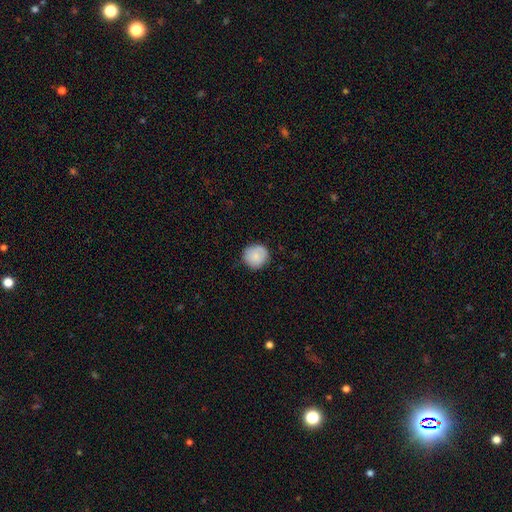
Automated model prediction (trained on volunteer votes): smooth_or_featured: smooth (p=0.85) [alt: featured or disk p=0.08]
how_rounded: round (p=0.91) [alt: in between p=0.08]
merging: none (p=0.85) [alt: minor disturbance p=0.12]